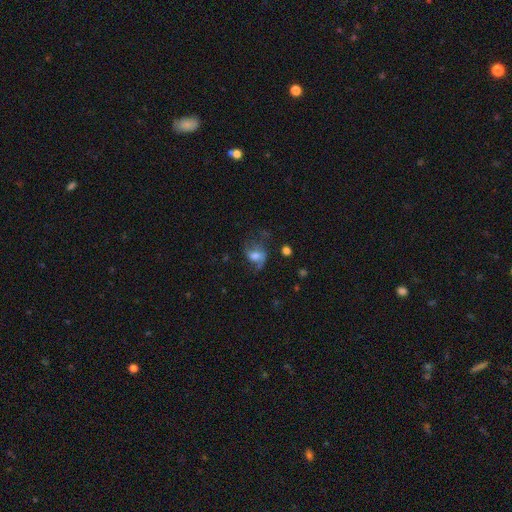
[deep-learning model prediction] Smooth or featured?
  - featured or disk: 46% *
  - smooth: 42%
  - star or artifact: 12%
Merging?
  - none: 39% *
  - major disturbance: 33%
  - minor disturbance: 24%
  - merger: 4%